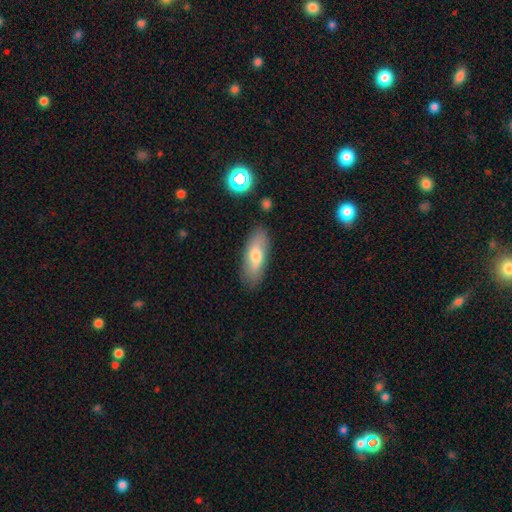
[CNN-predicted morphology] smooth 67%, featured or disk 25%, star or artifact 8%. Down the decision tree: how rounded — in between (72%); merging — none (83%).